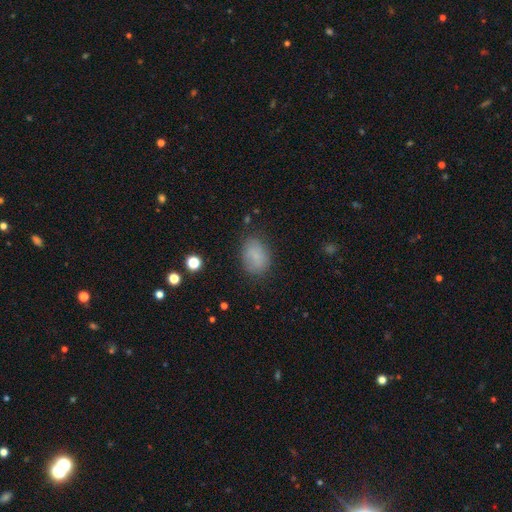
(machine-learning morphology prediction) The model was most divided on "how rounded": in between: 75%, round: 24%, cigar-shaped: 1%. More confident: smooth or featured — smooth (83%); merging — none (76%).